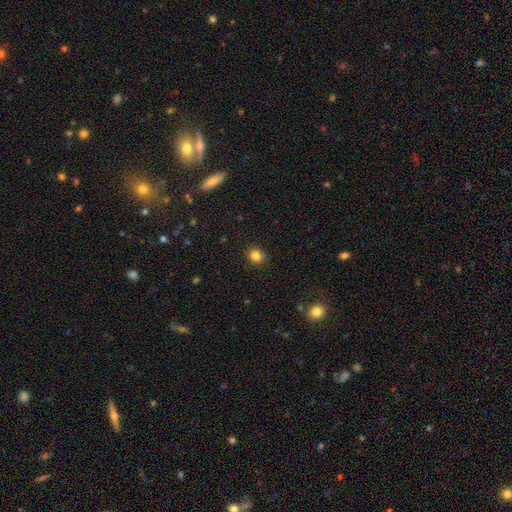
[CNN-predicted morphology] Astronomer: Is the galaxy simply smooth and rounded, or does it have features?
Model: smooth — 84%.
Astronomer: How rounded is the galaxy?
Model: round — 80%.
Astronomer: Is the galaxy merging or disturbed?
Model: none — 90%.